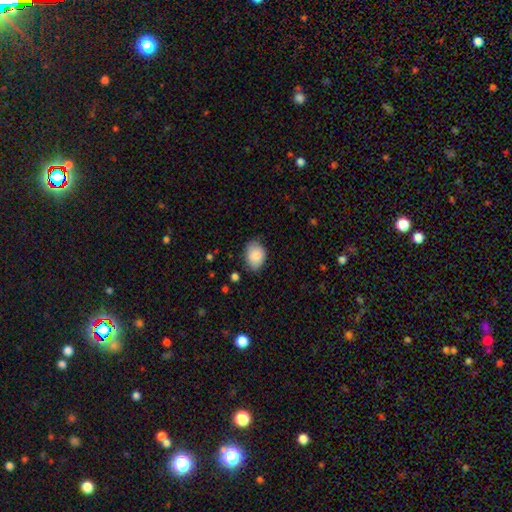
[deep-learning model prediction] This is clearly a smooth galaxy (85%). How rounded: likely in between (78%). Merging: likely none (75%).